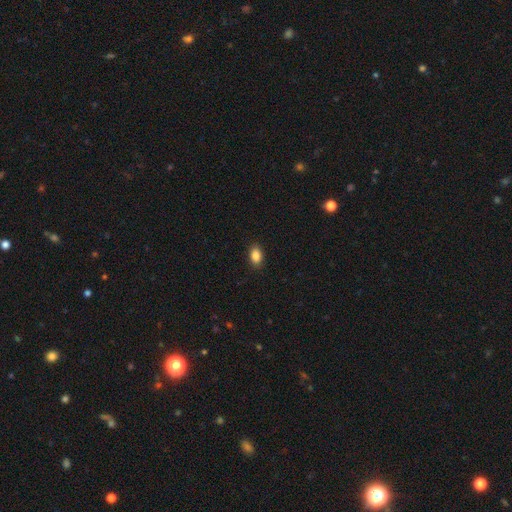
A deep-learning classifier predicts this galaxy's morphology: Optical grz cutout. It shows a smooth galaxy with no disk features (87%) that is in between round and cigar-shaped (86%). Merging: none (89%).